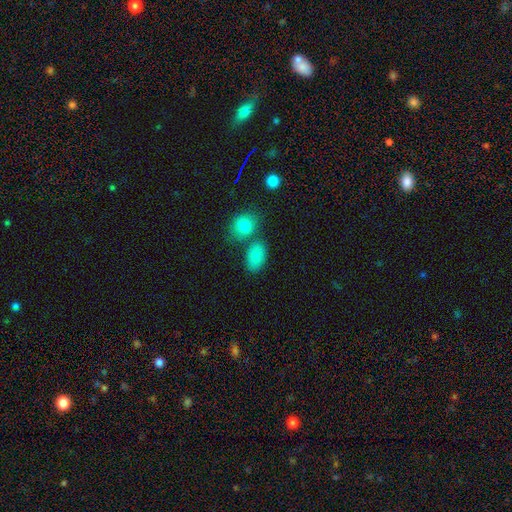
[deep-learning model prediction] smooth-or-featured: smooth: 85% | star or artifact: 9% | featured or disk: 6%
  how-rounded: in between: 86% | round: 13% | cigar-shaped: 2%
  merging: none: 63% | merger: 19% | minor disturbance: 13% | major disturbance: 4%